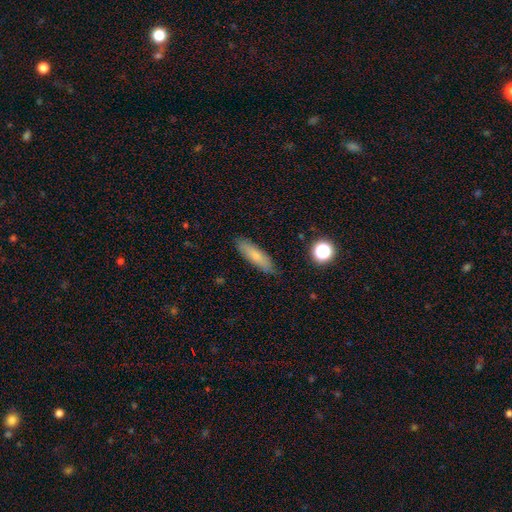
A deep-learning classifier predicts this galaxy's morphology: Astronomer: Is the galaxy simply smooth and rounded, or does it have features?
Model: smooth — 70%.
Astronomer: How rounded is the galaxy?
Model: cigar-shaped — 65%.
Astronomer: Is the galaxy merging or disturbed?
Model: none — 84%.